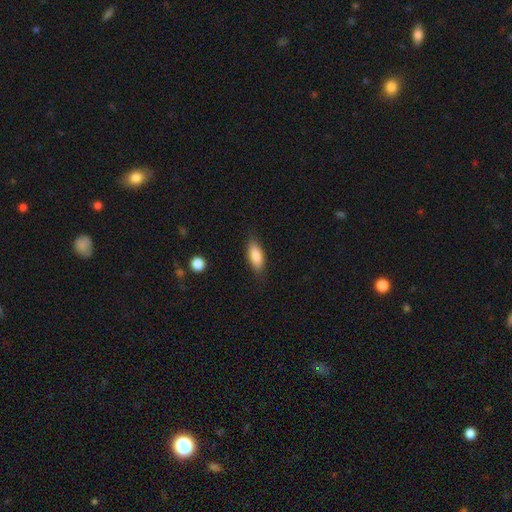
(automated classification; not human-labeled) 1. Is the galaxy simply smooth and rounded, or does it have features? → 83% smooth, 10% featured or disk, 6% star or artifact.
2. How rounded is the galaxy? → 71% in between, 26% cigar-shaped, 2% round.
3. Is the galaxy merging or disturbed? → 83% none, 13% minor disturbance, 3% major disturbance, 1% merger.